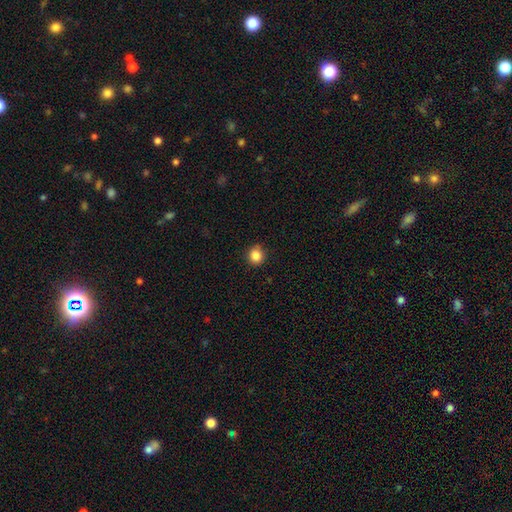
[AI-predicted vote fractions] A smooth galaxy with no disk features (86%) that is round (84%).

Vote fractions:
- Smooth or featured? smooth: 86% / star or artifact: 10% / featured or disk: 4%
- How rounded? round: 84% / in between: 15% / cigar-shaped: 1%
- Merging? none: 87% / minor disturbance: 10% / major disturbance: 2% / merger: 1%